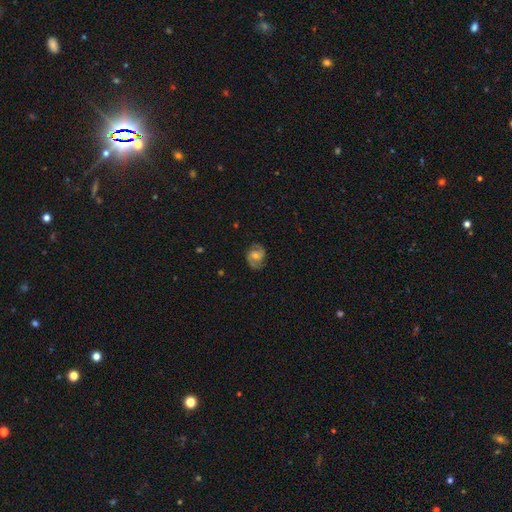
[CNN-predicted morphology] Smooth or featured? featured or disk (80%)
Edge-on disk? no (98%)
Bar? no (46%)
Spiral arms? yes (95%)
Spiral winding? medium (55%)
Spiral arm count? 2 (92%)
Bulge size? moderate (54%)
Merging? none (81%)